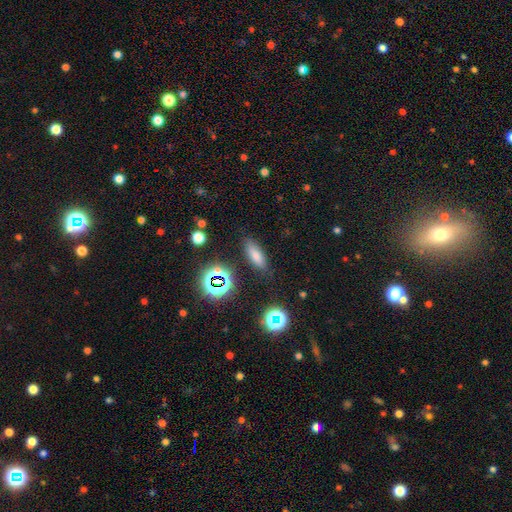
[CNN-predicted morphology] Smooth or featured? Predicted: smooth (p=0.72). How rounded? Predicted: in between (p=0.61). Merging? Predicted: none (p=0.83).